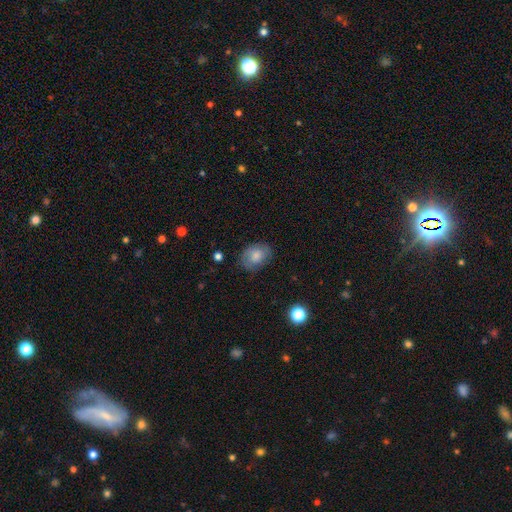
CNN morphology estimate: Smooth or featured? Predicted: smooth (p=0.70). How rounded? Predicted: in between (p=0.64). Merging? Predicted: none (p=0.75).